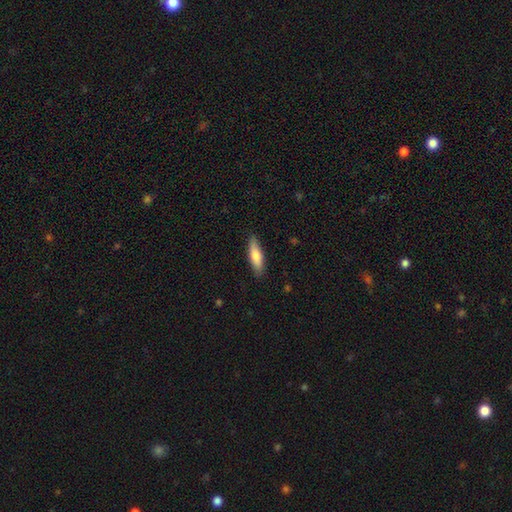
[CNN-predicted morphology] A smooth galaxy with no disk features (74%) that is cigar-shaped (57%).

Vote fractions:
- Smooth or featured? smooth: 74% / featured or disk: 21% / star or artifact: 6%
- How rounded? cigar-shaped: 57% / in between: 41% / round: 2%
- Merging? none: 86% / minor disturbance: 11% / major disturbance: 2% / merger: 1%